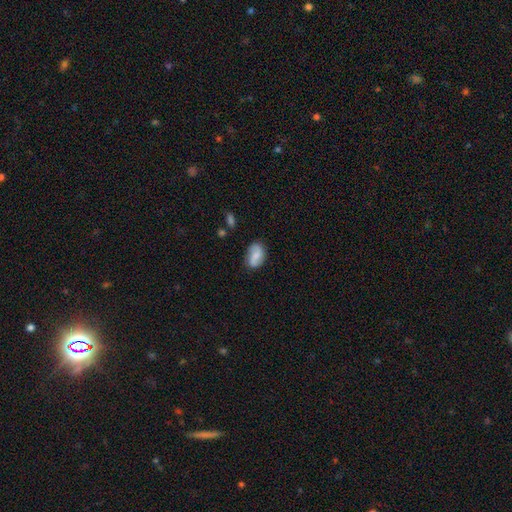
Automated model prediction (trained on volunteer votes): Overall: featured or disk (46%, tied with smooth). Merging: none (75%).